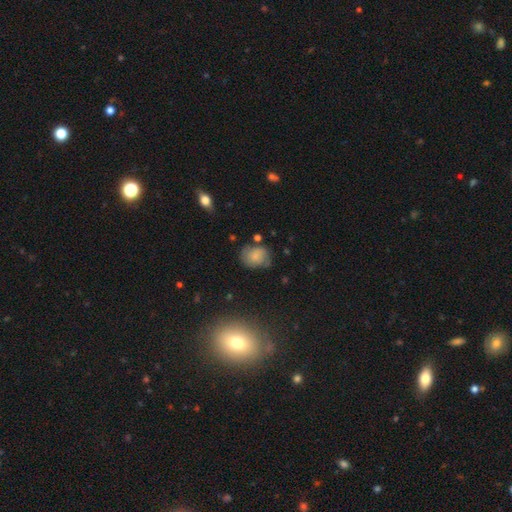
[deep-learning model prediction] The model was most divided on "how rounded": round: 52%, in between: 47%, cigar-shaped: 1%. More confident: merging — none (62%); smooth or featured — smooth (61%).